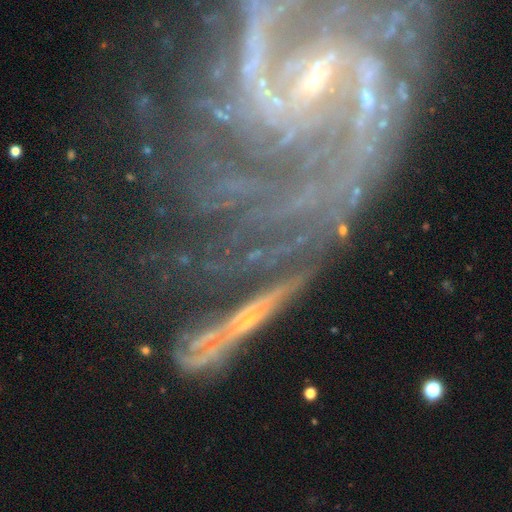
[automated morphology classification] Smooth or featured: featured or disk — 71% (star or artifact — 18%)
Edge-on disk: no — 68% (yes — 32%)
Merging: none — 61% (minor disturbance — 18%)